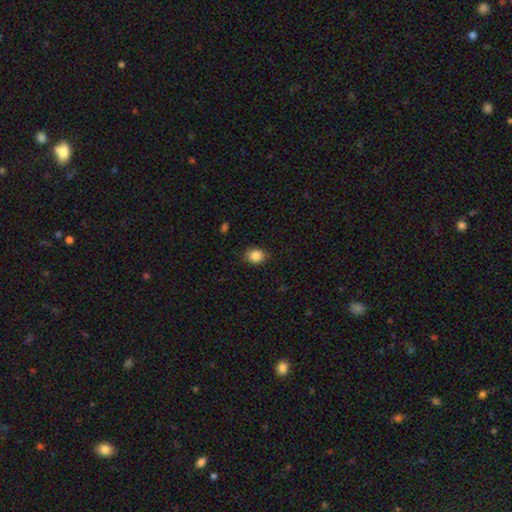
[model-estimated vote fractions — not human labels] This is clearly a smooth galaxy (86%). How rounded: possibly round (53%). Merging: clearly none (84%).